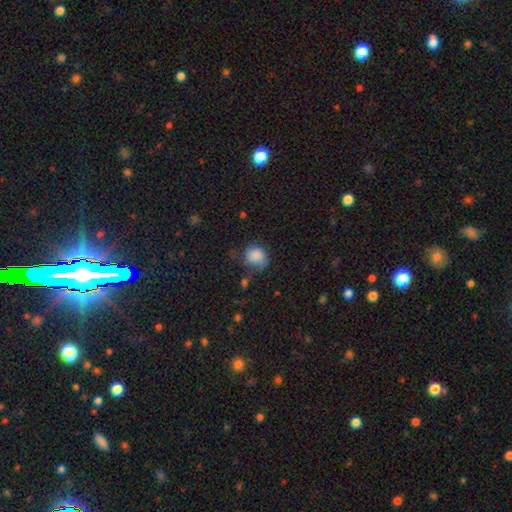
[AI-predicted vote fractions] Morphology: type=smooth (84%); roundness=round (65%); merging=none (44%).